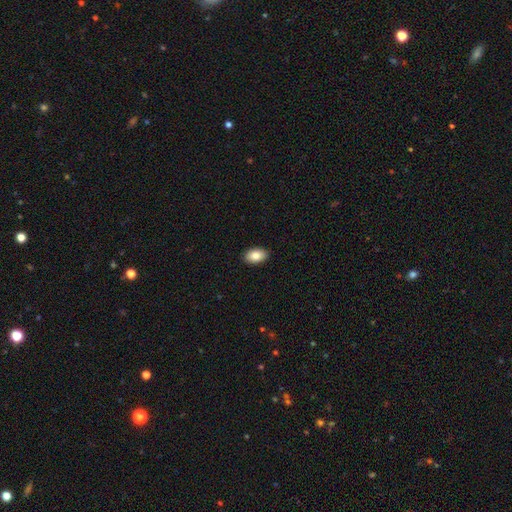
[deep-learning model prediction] Smooth or featured? Predicted: smooth (p=0.85). How rounded? Predicted: in between (p=0.92). Merging? Predicted: none (p=0.90).